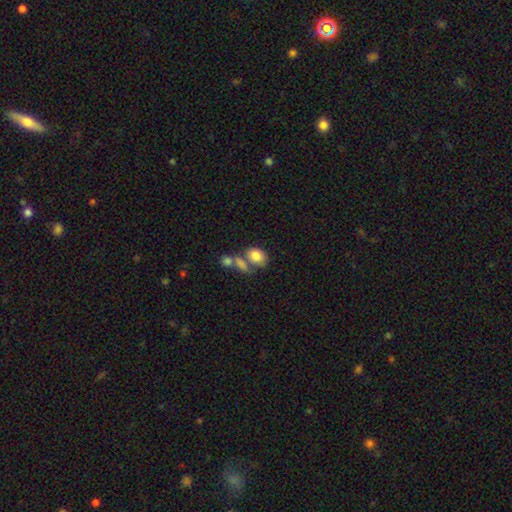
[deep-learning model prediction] This appears to be a smooth galaxy with no disk features (79%) that is in between round and cigar-shaped (72%). Merging: none (41%).